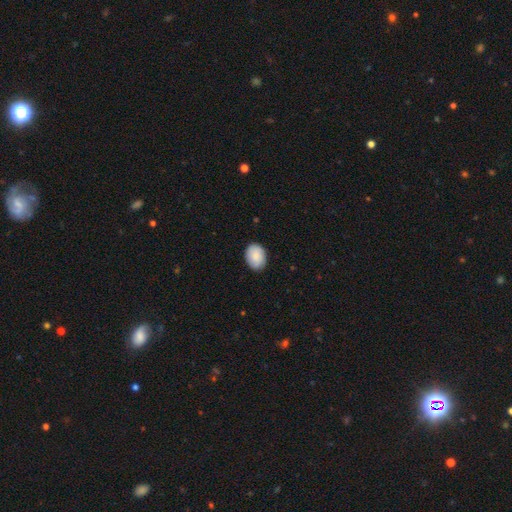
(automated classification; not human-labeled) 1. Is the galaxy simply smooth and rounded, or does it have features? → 88% smooth, 6% featured or disk, 6% star or artifact.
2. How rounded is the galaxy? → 75% in between, 24% round, 1% cigar-shaped.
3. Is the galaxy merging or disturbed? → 86% none, 11% minor disturbance, 2% major disturbance, 1% merger.